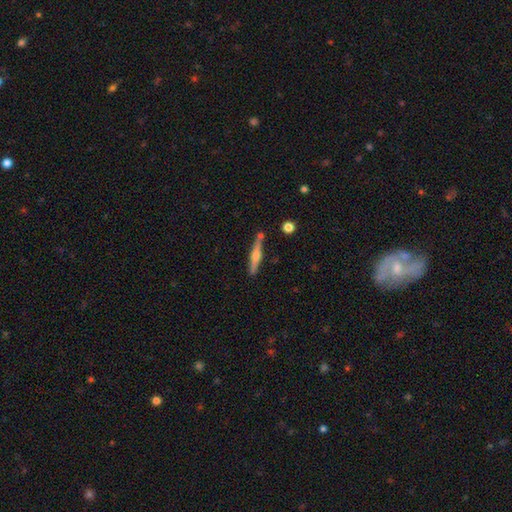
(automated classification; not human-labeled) The model was most divided on "smooth or featured": featured or disk: 66%, smooth: 28%, star or artifact: 6%. More confident: edge-on disk — yes (98%); edge-on bulge — rounded (89%); merging — none (82%).